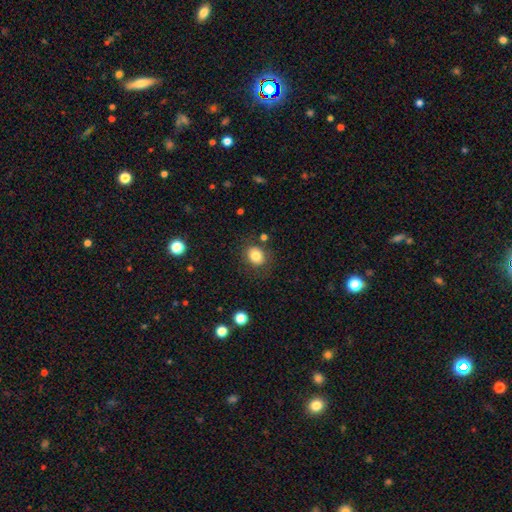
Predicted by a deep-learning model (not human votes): smooth 81%, star or artifact 11%, featured or disk 8%. Down the decision tree: how rounded — round (66%); merging — none (81%).